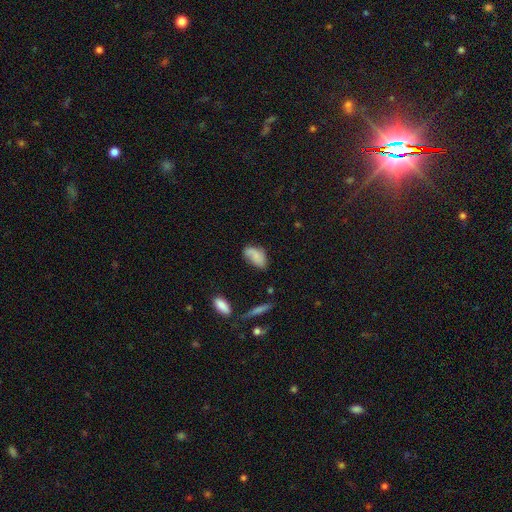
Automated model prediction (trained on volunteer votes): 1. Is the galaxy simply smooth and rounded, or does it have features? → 69% smooth, 22% featured or disk, 9% star or artifact.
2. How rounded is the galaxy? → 91% in between, 5% round, 3% cigar-shaped.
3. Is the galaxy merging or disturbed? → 53% none, 32% minor disturbance, 12% major disturbance, 4% merger.